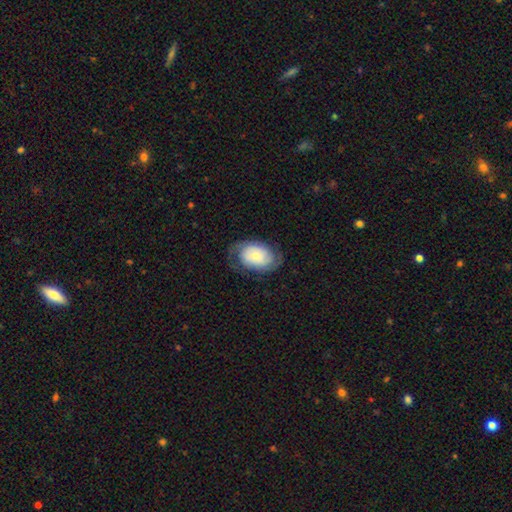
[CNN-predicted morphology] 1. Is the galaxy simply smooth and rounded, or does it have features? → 55% featured or disk, 39% smooth, 7% star or artifact.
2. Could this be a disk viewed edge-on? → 95% no, 5% yes.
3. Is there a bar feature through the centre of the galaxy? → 78% no, 18% weak, 4% strong.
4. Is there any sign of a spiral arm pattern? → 80% yes, 20% no.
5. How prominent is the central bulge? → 62% small, 28% moderate, 5% large, 3% none, 2% dominant.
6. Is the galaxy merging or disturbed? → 66% none, 20% minor disturbance, 12% major disturbance, 1% merger.